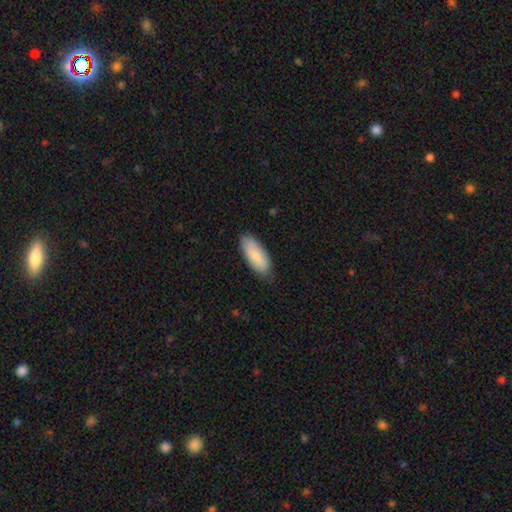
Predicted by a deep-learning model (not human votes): smooth_or_featured: smooth (p=0.85) [alt: featured or disk p=0.09]
how_rounded: in between (p=0.82) [alt: cigar-shaped p=0.17]
merging: none (p=0.80) [alt: minor disturbance p=0.16]